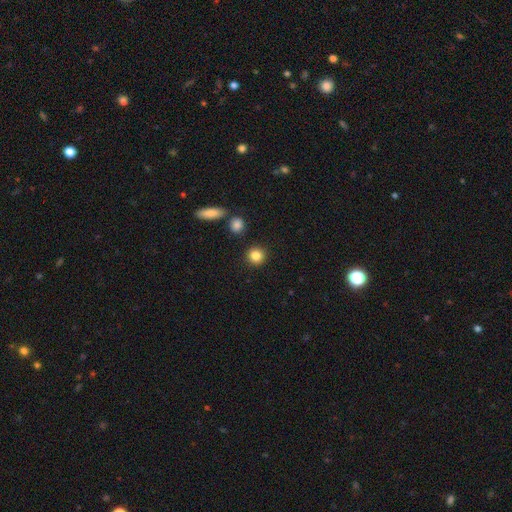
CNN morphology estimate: A smooth galaxy with no disk features (84%) that is round (92%).

Vote fractions:
- Smooth or featured? smooth: 84% / star or artifact: 10% / featured or disk: 5%
- How rounded? round: 92% / in between: 7% / cigar-shaped: 1%
- Merging? none: 90% / minor disturbance: 5% / merger: 3% / major disturbance: 2%